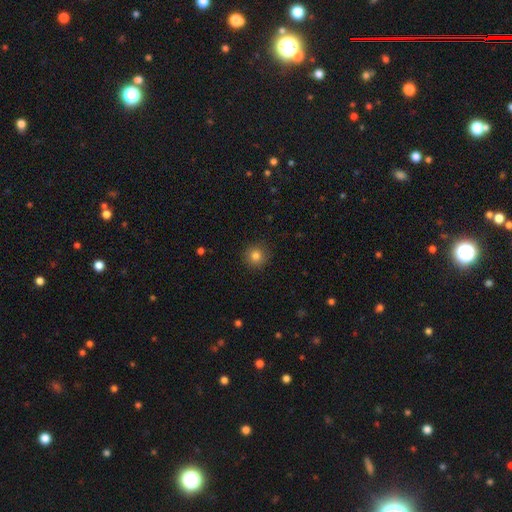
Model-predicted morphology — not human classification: type=smooth (82%); roundness=round (94%); merging=none (91%).